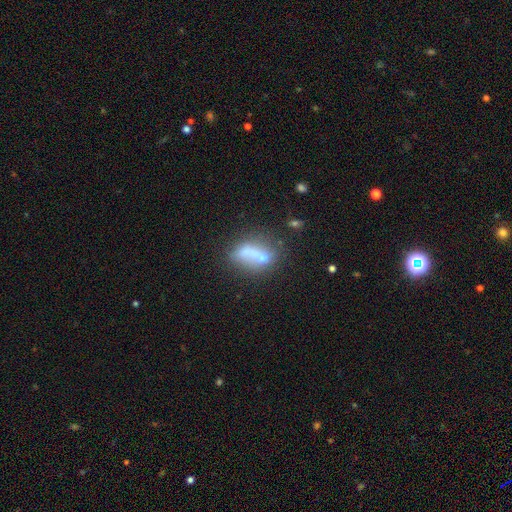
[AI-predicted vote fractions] Smooth or featured? smooth (53%)
How rounded? in between (64%)
Merging? merger (36%, tied with none)